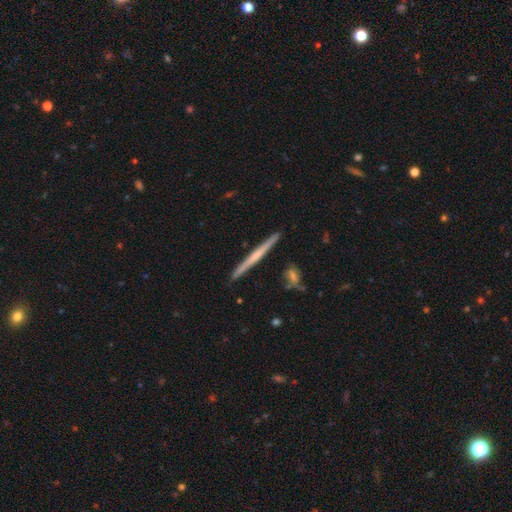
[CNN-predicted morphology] Smooth or featured: featured or disk — 62% (smooth — 33%)
Edge-on disk: yes — 98% (no — 2%)
Edge-on bulge: none — 56% (rounded — 36%)
Merging: none — 91% (minor disturbance — 6%)